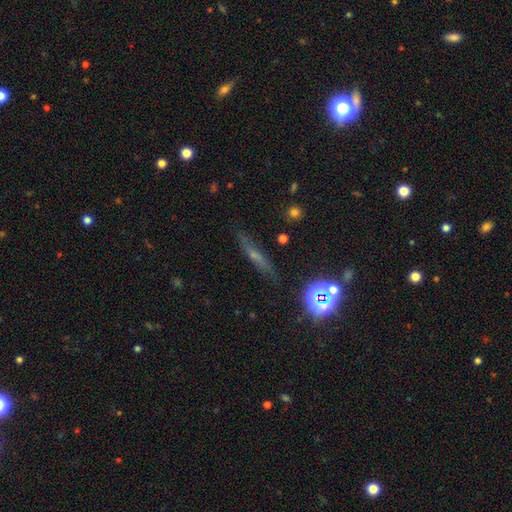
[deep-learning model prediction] Smooth or featured? Predicted: smooth (p=0.42). Merging? Predicted: none (p=0.79).